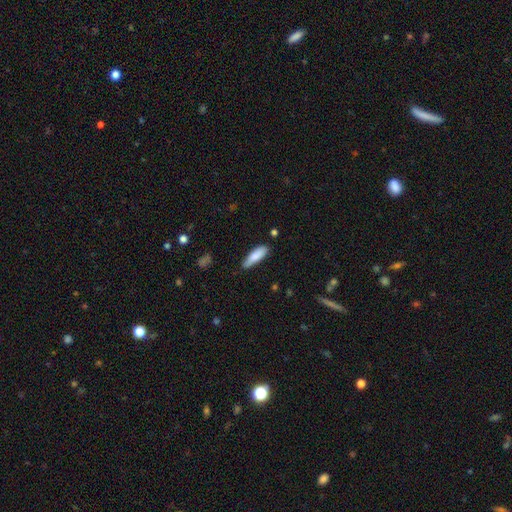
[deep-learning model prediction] The model was most divided on "how rounded": cigar-shaped: 53%, in between: 45%, round: 2%. More confident: smooth or featured — smooth (79%); merging — none (79%).